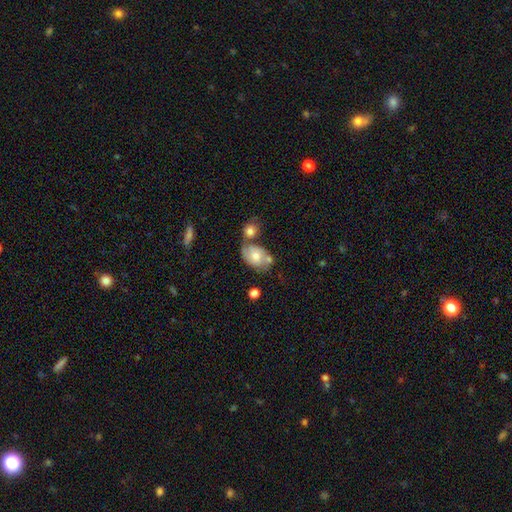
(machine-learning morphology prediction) A smooth galaxy with no disk features (54%) that is in between round and cigar-shaped (77%).

Vote fractions:
- Smooth or featured? smooth: 54% / featured or disk: 37% / star or artifact: 8%
- How rounded? in between: 77% / round: 21% / cigar-shaped: 2%
- Merging? none: 40% / merger: 33% / minor disturbance: 19% / major disturbance: 9%